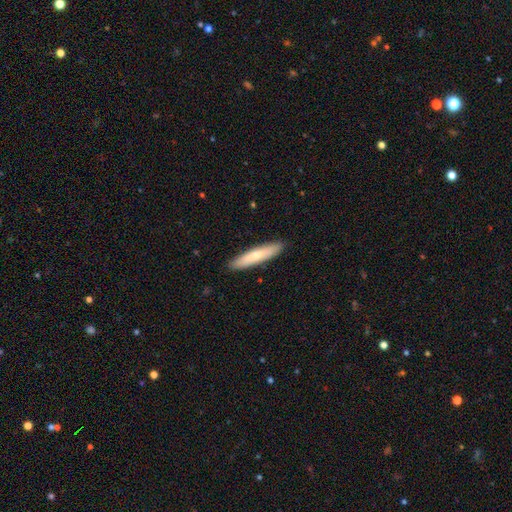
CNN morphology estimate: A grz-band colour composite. It shows a smooth galaxy with no disk features (70%) that is cigar-shaped (86%). Merging: none (90%).